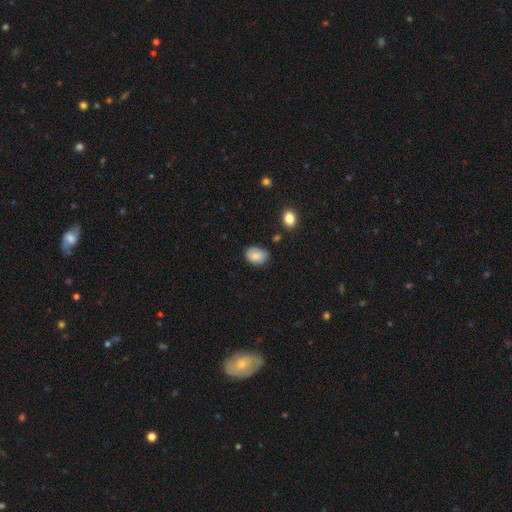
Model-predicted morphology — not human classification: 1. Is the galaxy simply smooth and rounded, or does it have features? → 82% smooth, 10% featured or disk, 8% star or artifact.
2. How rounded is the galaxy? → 78% in between, 21% round, 1% cigar-shaped.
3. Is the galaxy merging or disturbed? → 69% none, 24% minor disturbance, 4% major disturbance, 2% merger.